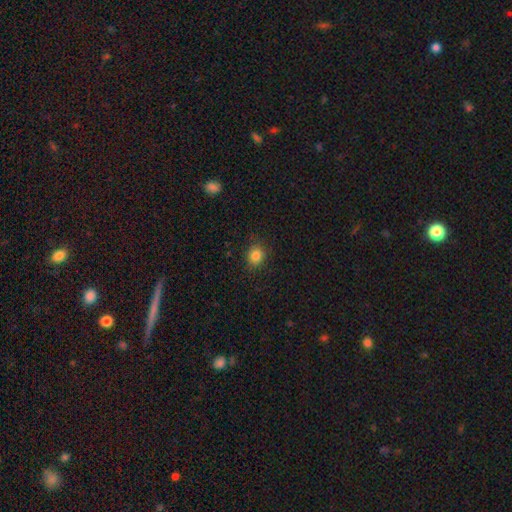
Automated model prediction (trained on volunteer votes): Q: Smooth or featured?
A: smooth (84%); runner-up: star or artifact (11%)
Q: How rounded?
A: round (71%); runner-up: in between (28%)
Q: Merging?
A: none (87%); runner-up: minor disturbance (9%)